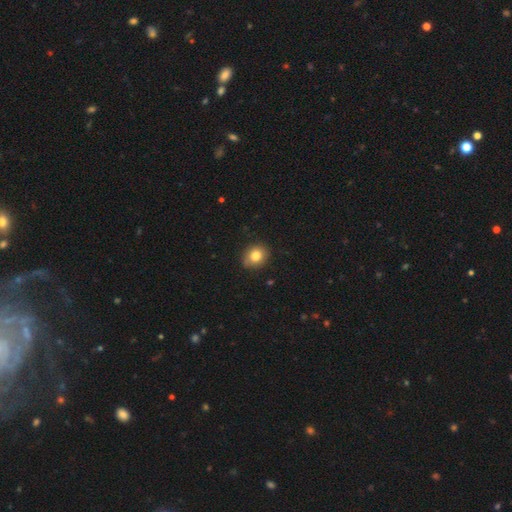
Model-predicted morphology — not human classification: smooth-or-featured: smooth: 81% | star or artifact: 10% | featured or disk: 9%
  how-rounded: round: 64% | in between: 35% | cigar-shaped: 1%
  merging: none: 83% | minor disturbance: 13% | major disturbance: 2% | merger: 1%